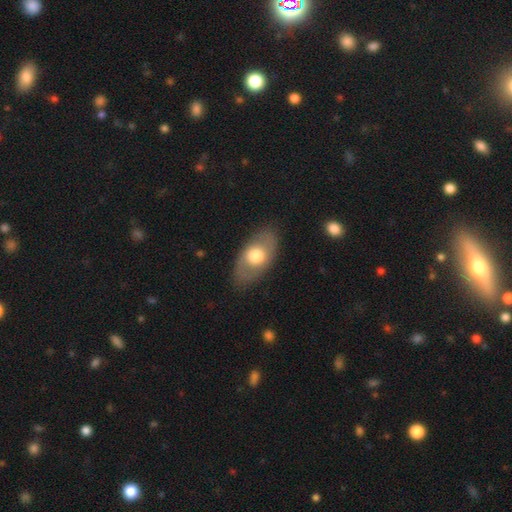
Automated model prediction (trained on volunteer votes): smooth-or-featured: smooth: 59% | featured or disk: 35% | star or artifact: 6%
  how-rounded: in between: 90% | round: 8% | cigar-shaped: 3%
  merging: none: 82% | minor disturbance: 12% | major disturbance: 4% | merger: 1%